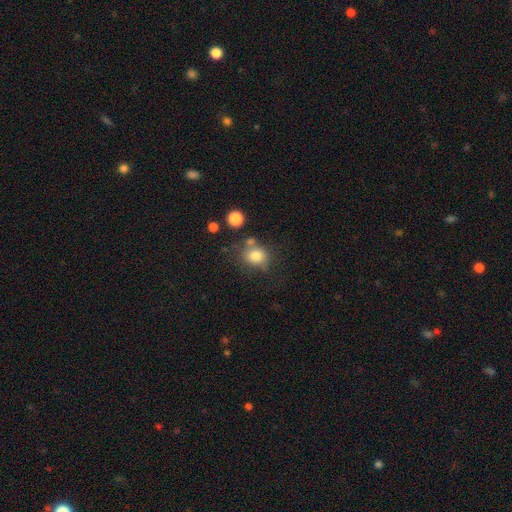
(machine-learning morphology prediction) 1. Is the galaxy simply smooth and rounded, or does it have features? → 78% smooth, 12% star or artifact, 10% featured or disk.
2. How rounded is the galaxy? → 73% round, 26% in between, 1% cigar-shaped.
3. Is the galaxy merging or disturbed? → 60% none, 18% minor disturbance, 15% merger, 7% major disturbance.